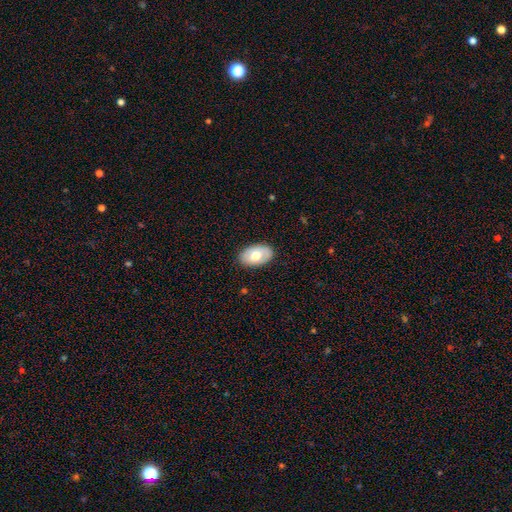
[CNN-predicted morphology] Smooth or featured? Predicted: smooth (p=0.65). How rounded? Predicted: in between (p=0.91). Merging? Predicted: none (p=0.86).